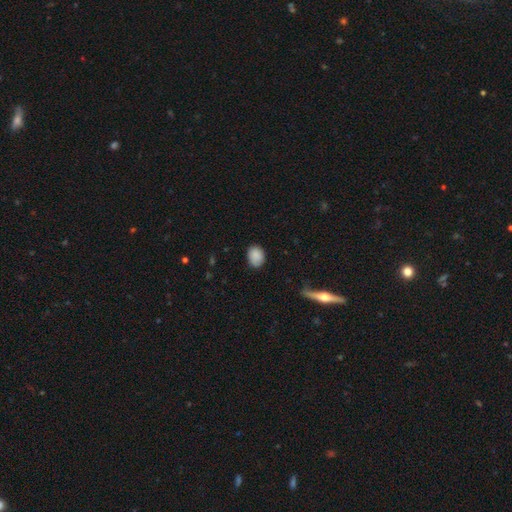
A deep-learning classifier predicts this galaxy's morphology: type=smooth (88%); roundness=in between (63%); merging=none (79%).